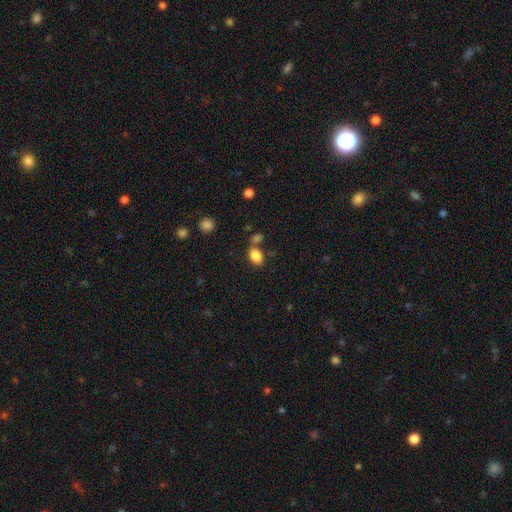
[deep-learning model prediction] This appears to be a smooth galaxy with no disk features (85%) that is in between round and cigar-shaped (76%). Merging: none (64%).